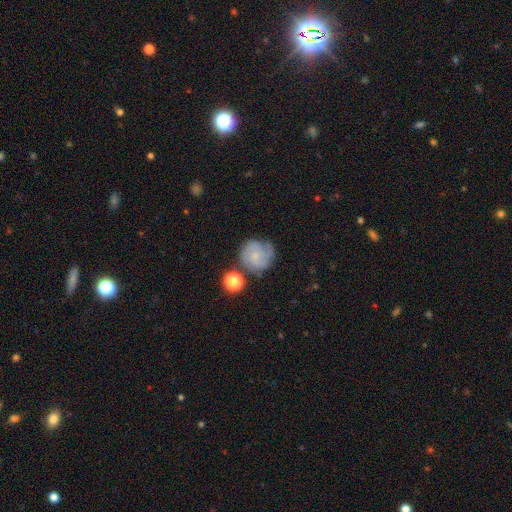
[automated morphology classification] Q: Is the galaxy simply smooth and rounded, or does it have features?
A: featured or disk — 56%.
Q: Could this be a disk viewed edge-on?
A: no — 98%.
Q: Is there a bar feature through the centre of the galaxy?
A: no — 72%.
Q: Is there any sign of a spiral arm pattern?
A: yes — 88%.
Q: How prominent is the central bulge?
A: small — 55%.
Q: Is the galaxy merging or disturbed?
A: none — 68%.